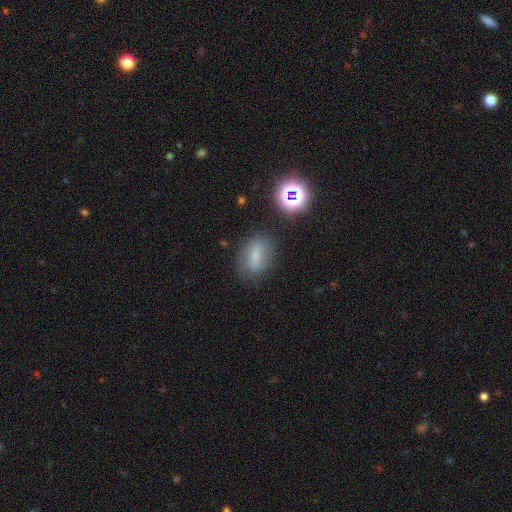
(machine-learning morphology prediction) Q: Smooth or featured?
A: smooth (60%); runner-up: featured or disk (23%)
Q: How rounded?
A: in between (76%); runner-up: round (13%)
Q: Merging?
A: none (74%); runner-up: minor disturbance (17%)